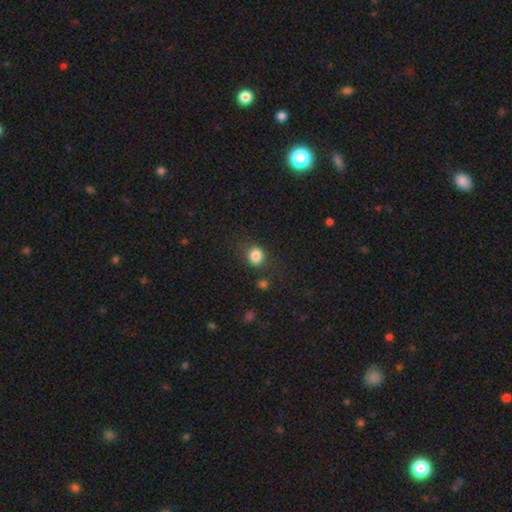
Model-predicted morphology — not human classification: This appears to be a smooth galaxy with no disk features (84%) that is round (74%). Merging: none (75%).